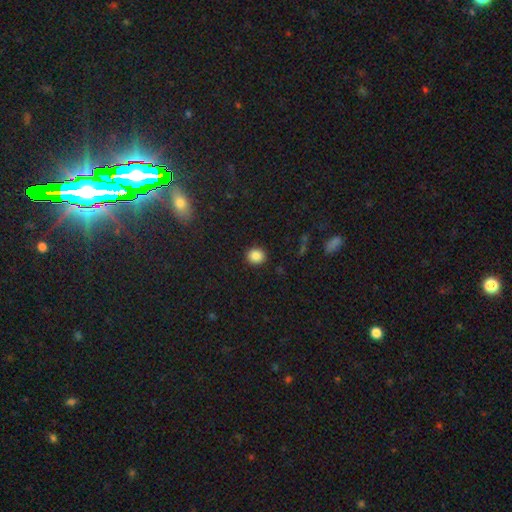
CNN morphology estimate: A smooth galaxy with no disk features (86%) that is round (81%). Merging: none (90%).